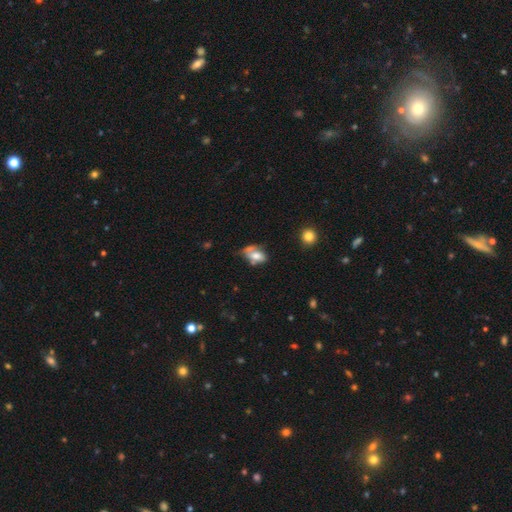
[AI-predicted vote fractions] The model was most divided on "merging": none: 31%, minor disturbance: 29%, major disturbance: 21%, merger: 19%. More confident: how rounded — in between (84%); smooth or featured — smooth (60%).